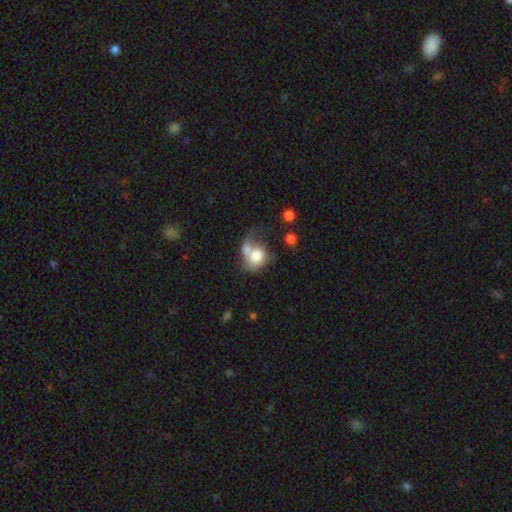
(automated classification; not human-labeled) Smooth or featured? Predicted: smooth (p=0.68). How rounded? Predicted: round (p=0.54). Merging? Predicted: merger (p=0.52).